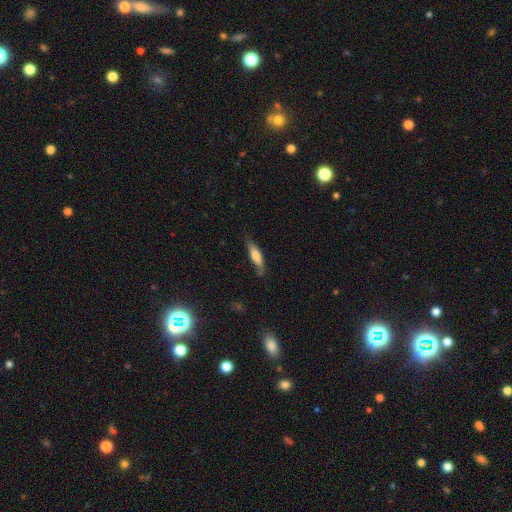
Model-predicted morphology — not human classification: Overall: smooth (62%; featured or disk 32%). How rounded: cigar-shaped (67%; in between 31%). Merging: none (70%).